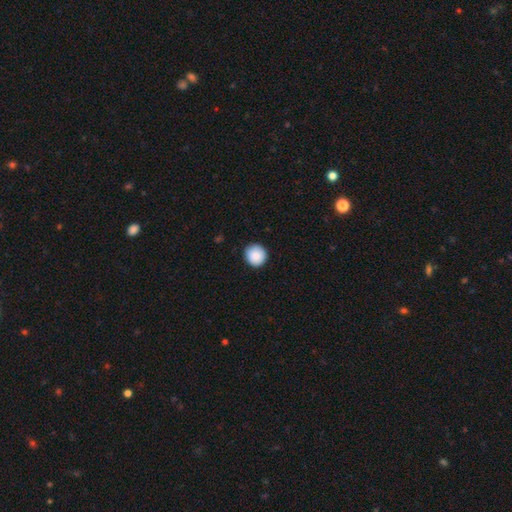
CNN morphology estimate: A smooth galaxy with no disk features (88%) that is round (94%).

Vote fractions:
- Smooth or featured? smooth: 88% / star or artifact: 8% / featured or disk: 4%
- How rounded? round: 94% / in between: 5% / cigar-shaped: 1%
- Merging? none: 89% / minor disturbance: 8% / major disturbance: 2% / merger: 1%